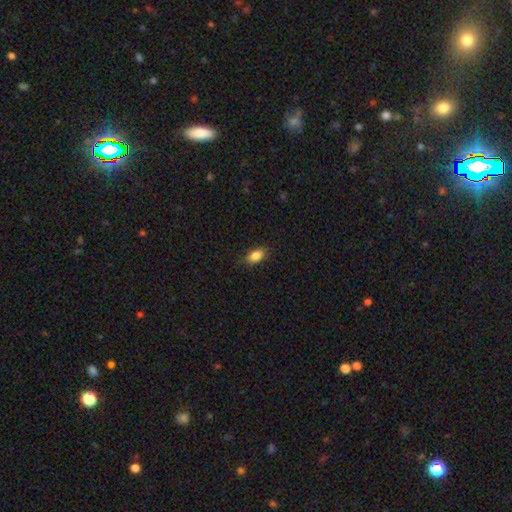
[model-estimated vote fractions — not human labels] smooth 86%, star or artifact 8%, featured or disk 6%. Down the decision tree: how rounded — in between (88%); merging — none (84%).